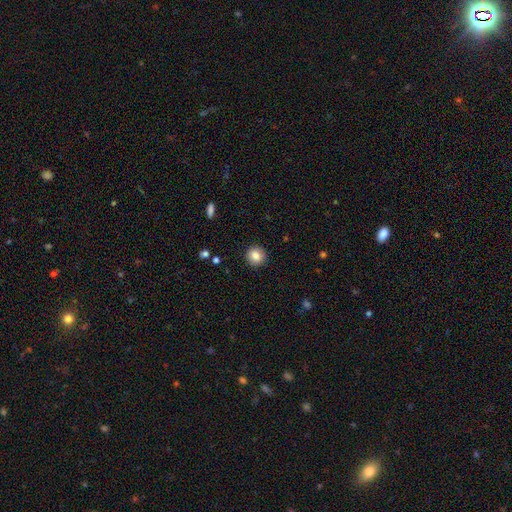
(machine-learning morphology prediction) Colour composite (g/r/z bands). It shows a smooth galaxy with no disk features (84%) that is round (93%). Merging: none (91%).